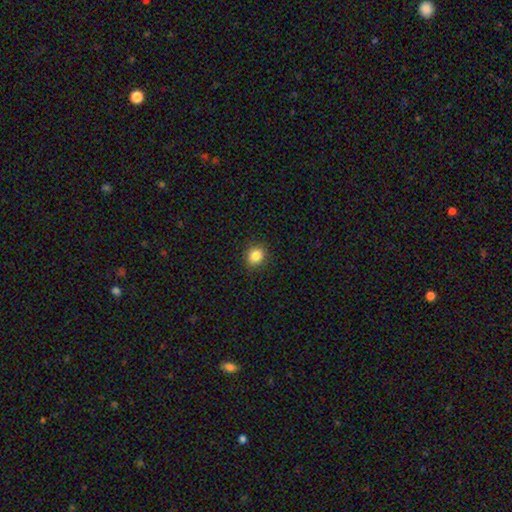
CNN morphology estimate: smooth_or_featured: smooth (p=0.85) [alt: star or artifact p=0.10]
how_rounded: round (p=0.77) [alt: in between p=0.22]
merging: none (p=0.90) [alt: minor disturbance p=0.07]